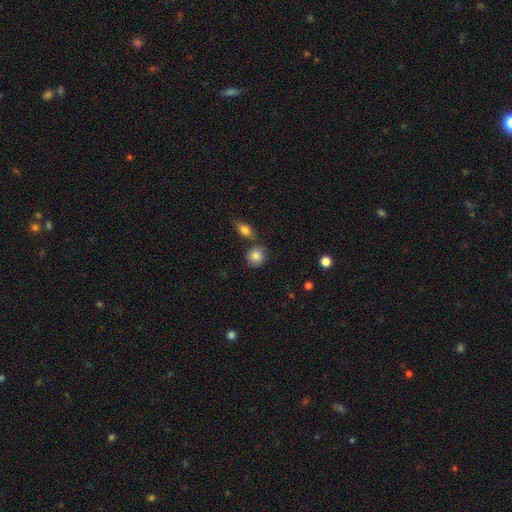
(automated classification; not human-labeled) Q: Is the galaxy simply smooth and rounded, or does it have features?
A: smooth — 83%.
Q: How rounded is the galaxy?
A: round — 79%.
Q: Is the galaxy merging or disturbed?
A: none — 69%.